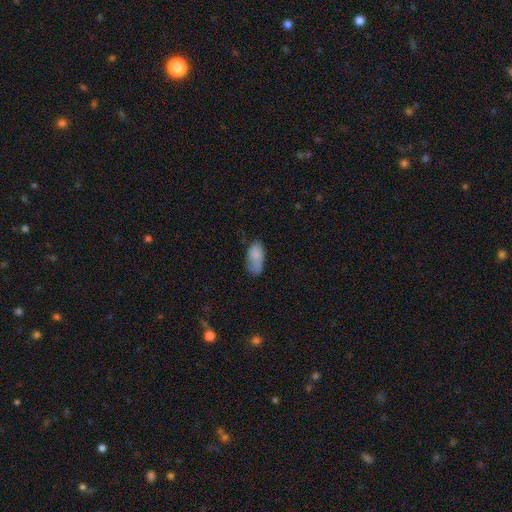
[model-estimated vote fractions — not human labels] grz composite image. It shows a smooth galaxy with no disk features (83%) that is in between round and cigar-shaped (93%). Merging: none (51%).